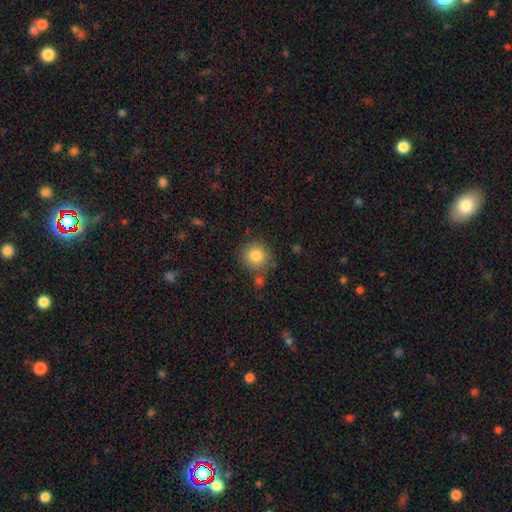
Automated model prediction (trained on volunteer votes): Smooth or featured? smooth (83%)
How rounded? round (92%)
Merging? none (78%)